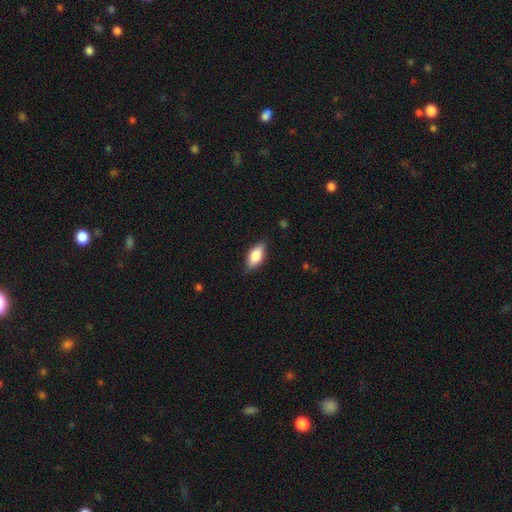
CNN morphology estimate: Smooth or featured: smooth — 79% (featured or disk — 15%)
How rounded: in between — 87% (cigar-shaped — 10%)
Merging: none — 84% (minor disturbance — 13%)